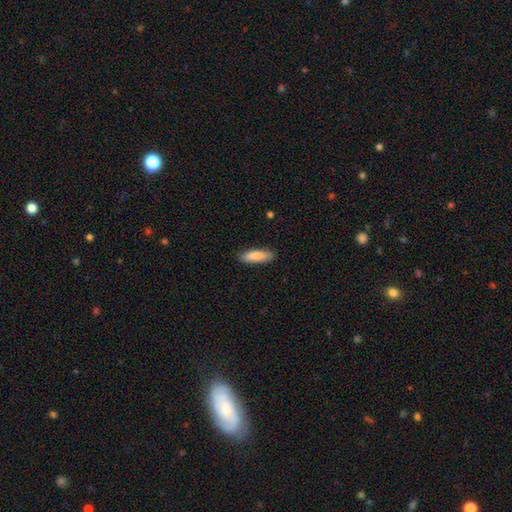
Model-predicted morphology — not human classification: smooth-or-featured: smooth: 85% | featured or disk: 10% | star or artifact: 6%
  how-rounded: cigar-shaped: 55% | in between: 43% | round: 2%
  merging: none: 88% | minor disturbance: 10% | major disturbance: 2% | merger: 1%